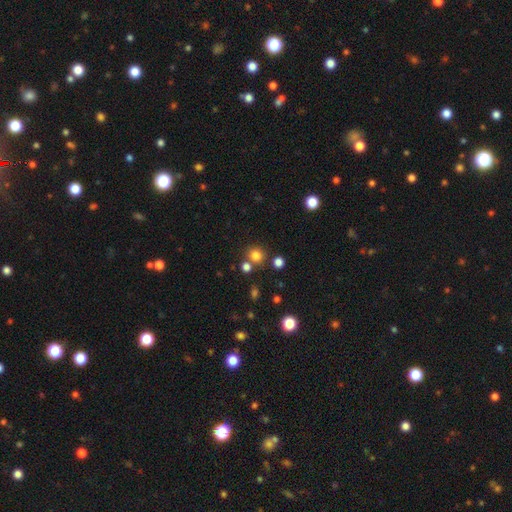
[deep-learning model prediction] Smooth or featured?
  - smooth: 79% *
  - star or artifact: 16%
  - featured or disk: 5%
How rounded?
  - round: 90% *
  - in between: 9%
  - cigar-shaped: 1%
Merging?
  - none: 74% *
  - merger: 15%
  - minor disturbance: 8%
  - major disturbance: 3%